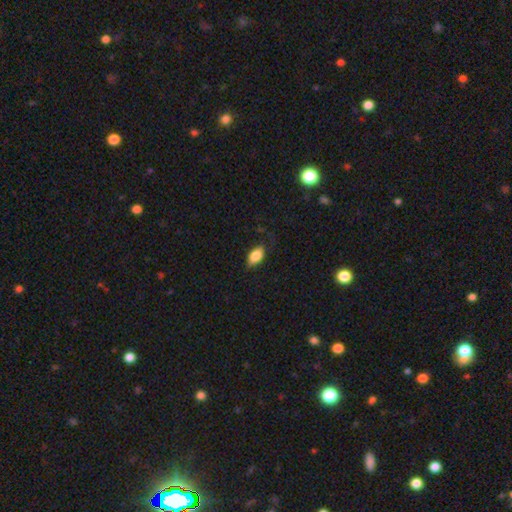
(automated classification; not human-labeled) This appears to be a smooth galaxy with no disk features (83%) that is in between round and cigar-shaped (91%). Merging: none (74%).